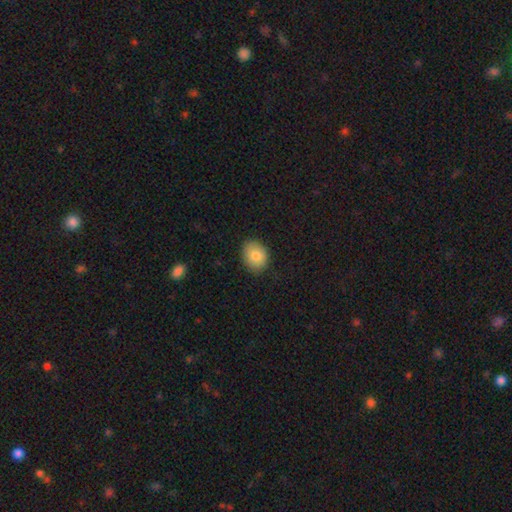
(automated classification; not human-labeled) Overall: smooth (83%). How rounded: in between (51%; round 49%). Merging: none (86%).